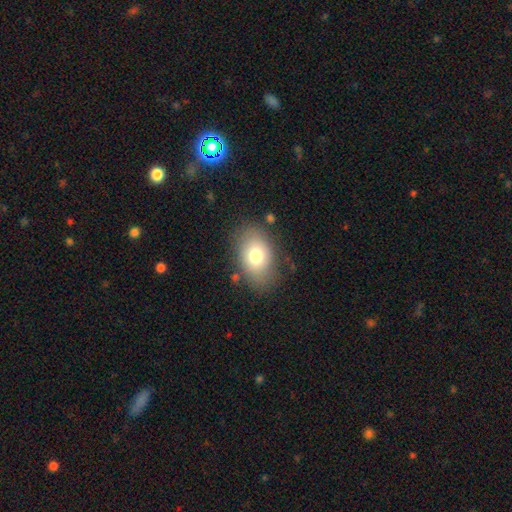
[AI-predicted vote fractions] smooth 75%, featured or disk 16%, star or artifact 9%. Down the decision tree: how rounded — in between (83%); merging — none (75%).